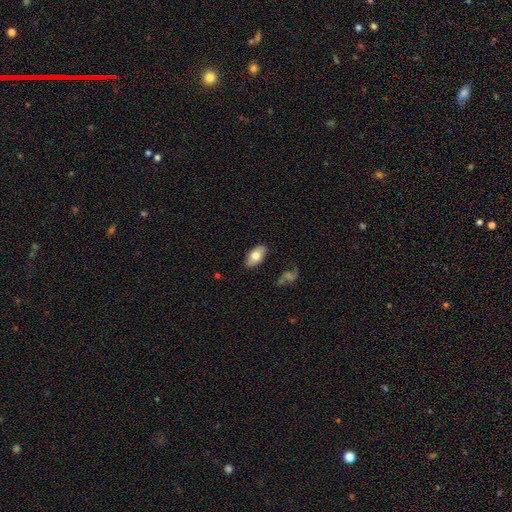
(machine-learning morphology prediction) A smooth galaxy with no disk features (74%) that is in between round and cigar-shaped (93%). Merging: none (85%).